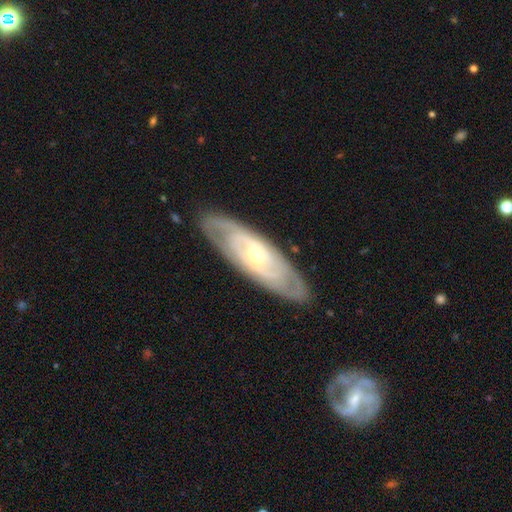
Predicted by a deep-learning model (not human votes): Morphology: type=featured or disk (79%); edge-on=no (82%); bar=no (60%); spiral arms=yes (79%); winding=tight (67%); arm count=can't tell (44%); bulge=small (60%); merging=none (86%).